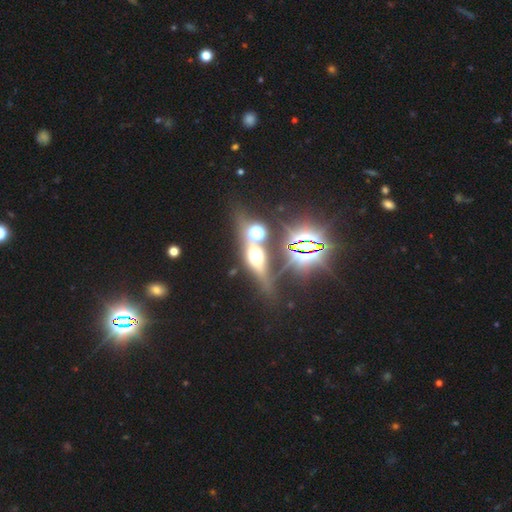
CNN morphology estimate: This appears to be a star or artifact, not a galaxy (36%).